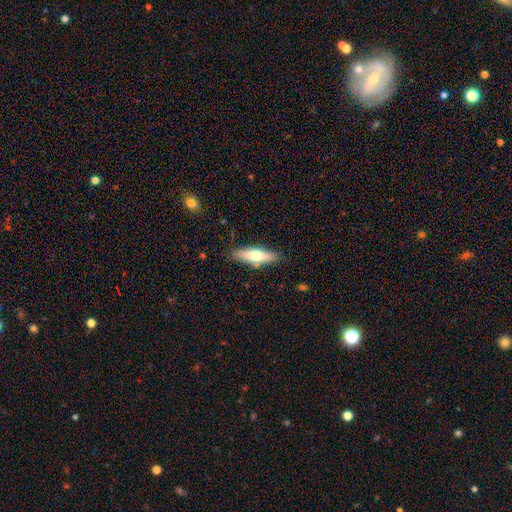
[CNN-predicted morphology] This appears to be a smooth galaxy with no disk features (60%) that is cigar-shaped (56%). Merging: none (84%).